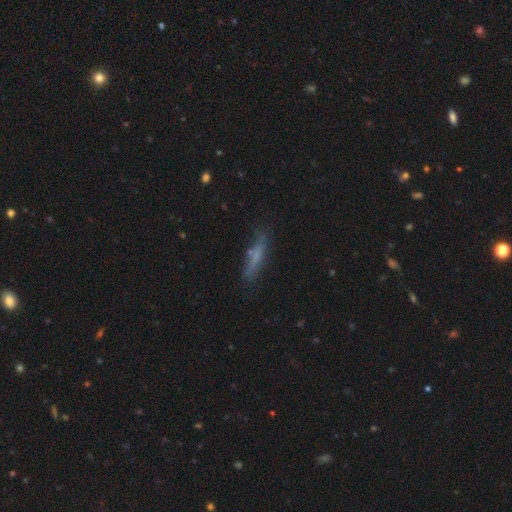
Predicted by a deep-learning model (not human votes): Overall: smooth (61%; featured or disk 29%). How rounded: cigar-shaped (84%). Merging: none (71%).